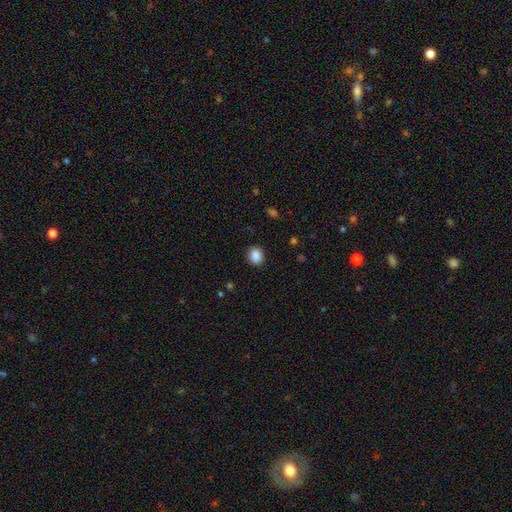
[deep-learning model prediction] This is clearly a smooth galaxy (88%). How rounded: possibly round (53%). Merging: clearly none (89%).